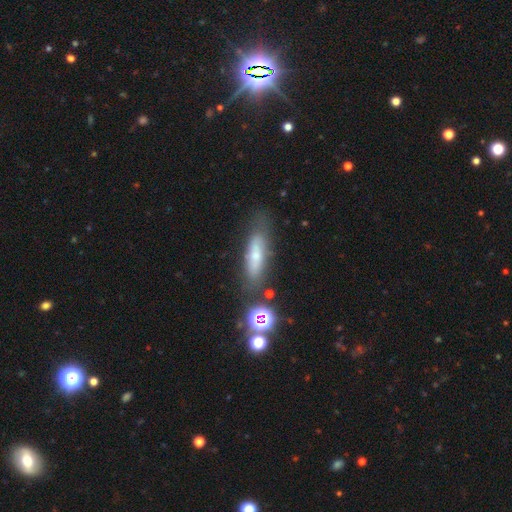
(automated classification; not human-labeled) smooth 53%, featured or disk 34%, star or artifact 12%. Down the decision tree: how rounded — cigar-shaped (56%); merging — none (65%).